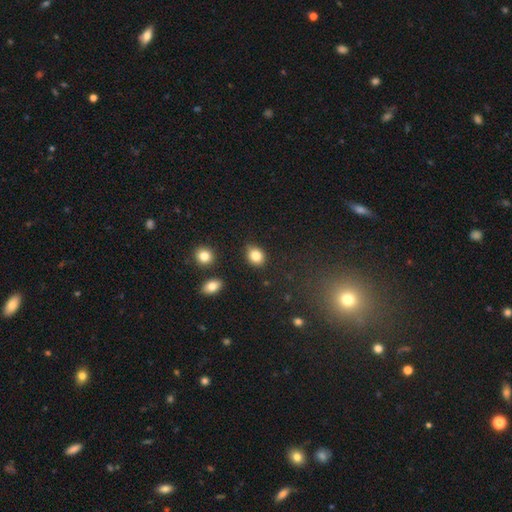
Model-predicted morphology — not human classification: smooth 84%, star or artifact 9%, featured or disk 7%. Down the decision tree: how rounded — in between (58%); merging — none (81%).